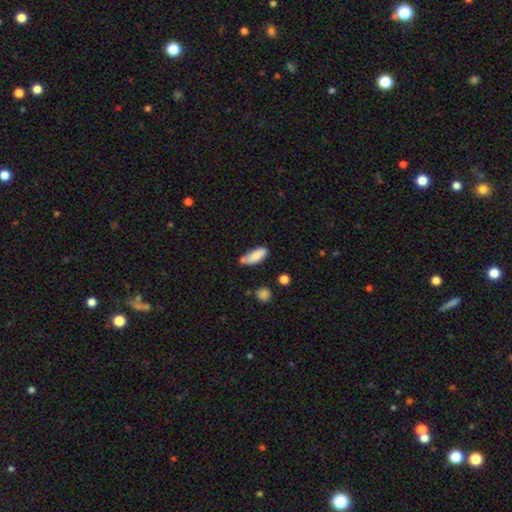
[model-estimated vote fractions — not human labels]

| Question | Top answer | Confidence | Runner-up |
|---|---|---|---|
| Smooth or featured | smooth | 82% | featured or disk (11%) |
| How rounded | in between | 73% | cigar-shaped (25%) |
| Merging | none | 53% | minor disturbance (29%) |